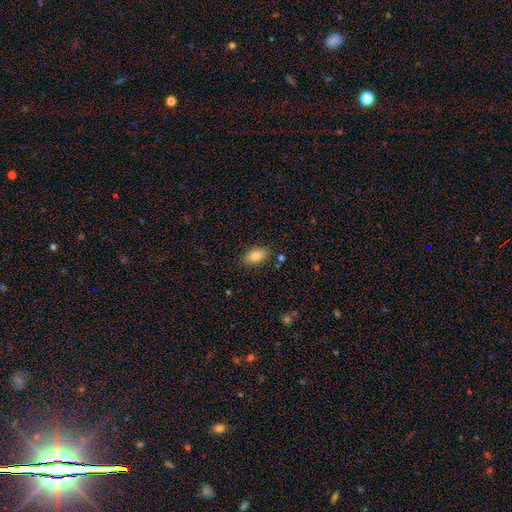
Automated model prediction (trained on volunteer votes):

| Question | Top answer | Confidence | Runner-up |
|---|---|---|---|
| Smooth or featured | smooth | 84% | featured or disk (8%) |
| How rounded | in between | 91% | round (6%) |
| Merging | none | 85% | minor disturbance (11%) |